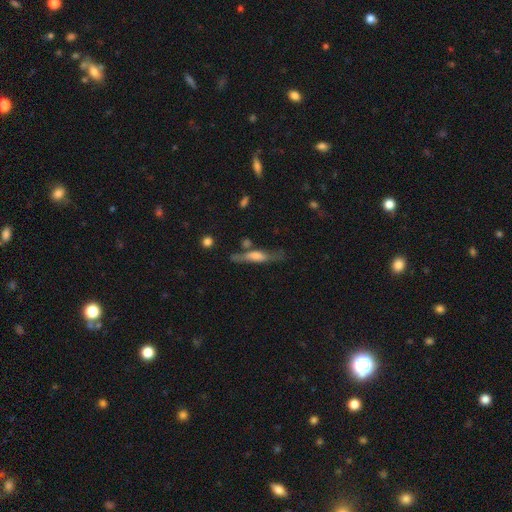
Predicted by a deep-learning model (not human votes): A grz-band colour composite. It shows a featured or disk galaxy (52%) viewed edge-on (82%). Merging: none (62%).